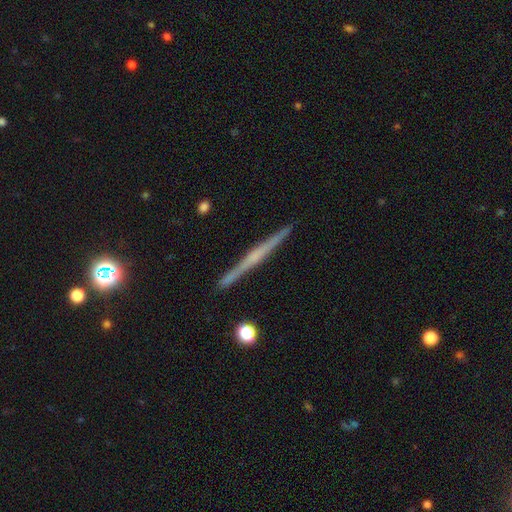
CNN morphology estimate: A featured or disk galaxy (71%) viewed edge-on (98%) with no central bulge (48%). Merging: none (92%).